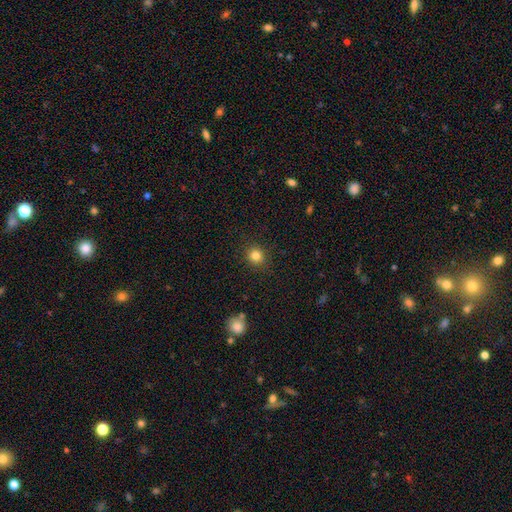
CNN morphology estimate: smooth 82%, star or artifact 12%, featured or disk 5%. Down the decision tree: how rounded — round (88%); merging — none (90%).